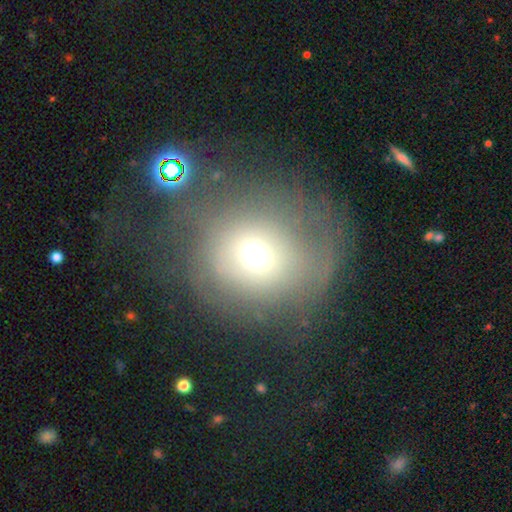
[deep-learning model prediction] A smooth galaxy with no disk features (57%) that is round (88%).

Vote fractions:
- Smooth or featured? smooth: 57% / featured or disk: 25% / star or artifact: 18%
- How rounded? round: 88% / in between: 11% / cigar-shaped: 1%
- Merging? none: 49% / major disturbance: 25% / minor disturbance: 20% / merger: 6%